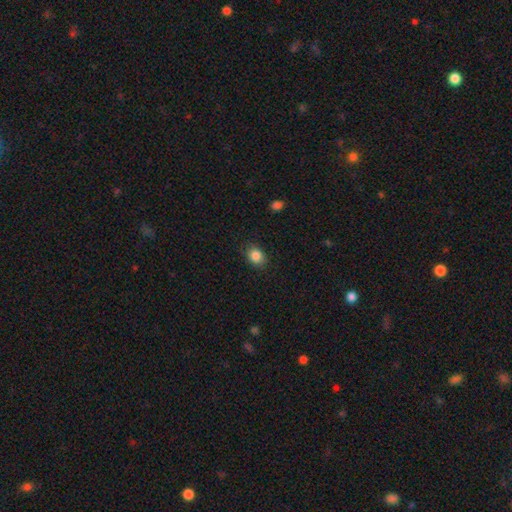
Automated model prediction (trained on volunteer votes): Q: Smooth or featured?
A: smooth (85%); runner-up: star or artifact (10%)
Q: How rounded?
A: in between (51%); runner-up: round (48%)
Q: Merging?
A: none (85%); runner-up: minor disturbance (11%)